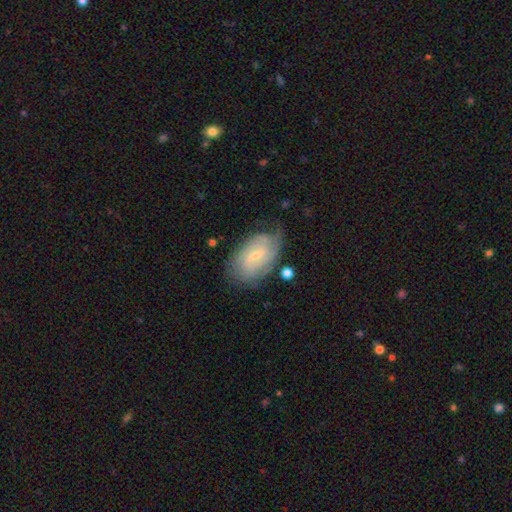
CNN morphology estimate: featured or disk 80%, smooth 14%, star or artifact 6%. Down the decision tree: edge-on disk — no (96%); bar — weak (57%); spiral arms — yes (94%); spiral arm count — 2 (37%); spiral winding — tight (61%); bulge size — small (68%); merging — none (65%).